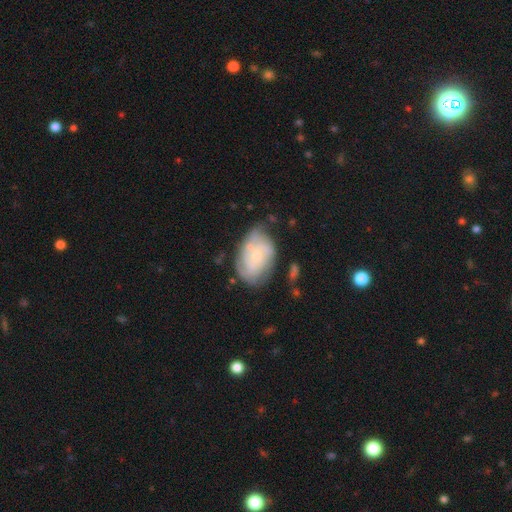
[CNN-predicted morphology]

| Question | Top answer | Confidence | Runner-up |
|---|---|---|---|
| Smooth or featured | featured or disk | 67% | smooth (26%) |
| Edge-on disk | no | 97% | yes (3%) |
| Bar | no | 73% | weak (23%) |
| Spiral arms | yes | 84% | no (16%) |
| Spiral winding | tight | 57% | medium (32%) |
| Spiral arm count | can't tell | 44% | 2 (25%) |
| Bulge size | small | 69% | moderate (23%) |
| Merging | none | 60% | minor disturbance (26%) |